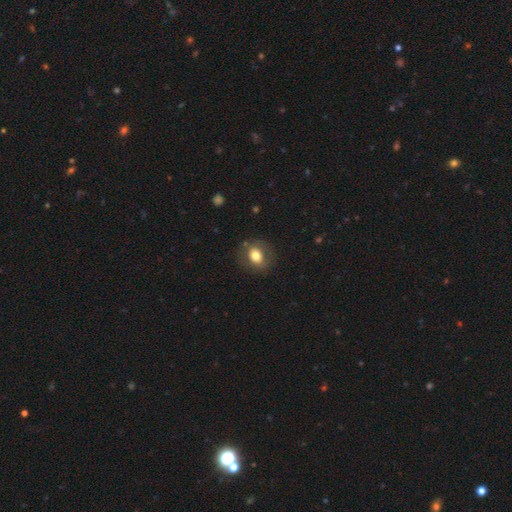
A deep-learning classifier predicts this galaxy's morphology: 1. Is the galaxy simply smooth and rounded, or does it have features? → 70% smooth, 21% featured or disk, 9% star or artifact.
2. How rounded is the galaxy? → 55% round, 44% in between, 1% cigar-shaped.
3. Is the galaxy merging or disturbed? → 80% none, 13% minor disturbance, 6% major disturbance, 1% merger.